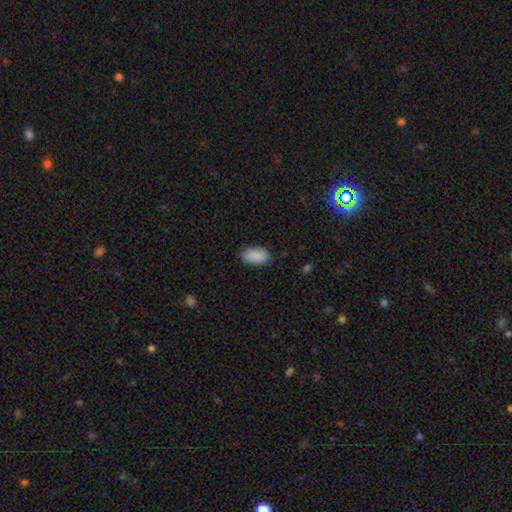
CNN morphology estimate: smooth-or-featured: smooth: 89% | star or artifact: 6% | featured or disk: 4%
  how-rounded: in between: 94% | round: 4% | cigar-shaped: 3%
  merging: none: 85% | minor disturbance: 12% | major disturbance: 3% | merger: 1%